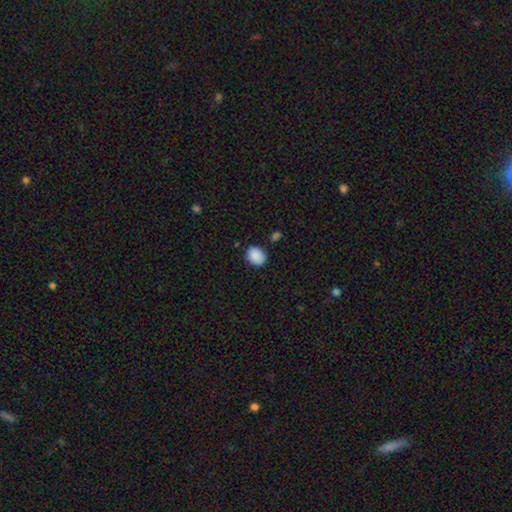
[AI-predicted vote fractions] A smooth galaxy with no disk features (89%) that is round (52%).

Vote fractions:
- Smooth or featured? smooth: 89% / star or artifact: 8% / featured or disk: 3%
- How rounded? round: 52% / in between: 48% / cigar-shaped: 1%
- Merging? none: 83% / minor disturbance: 12% / merger: 3% / major disturbance: 3%